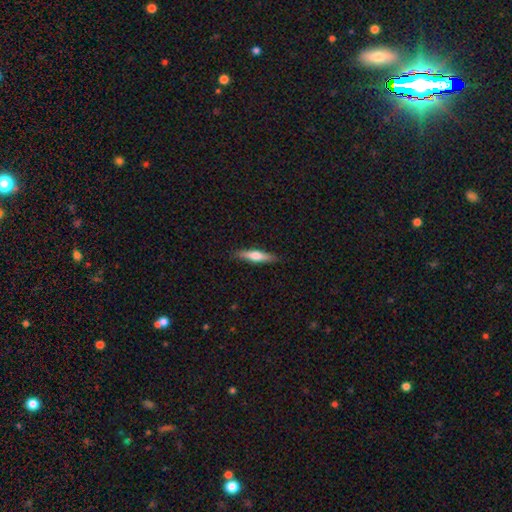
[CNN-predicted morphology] Overall: smooth (57%; featured or disk 37%). How rounded: cigar-shaped (79%). Merging: none (86%).